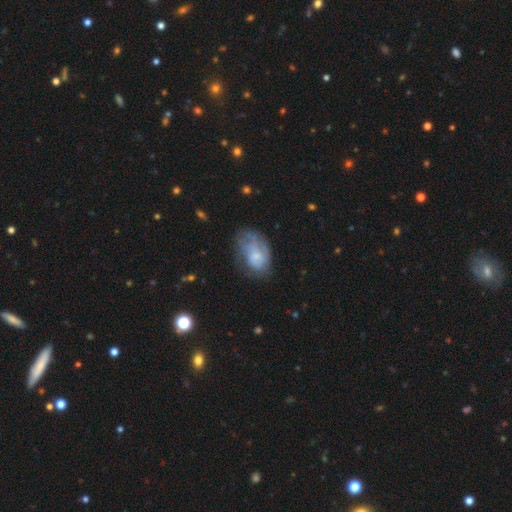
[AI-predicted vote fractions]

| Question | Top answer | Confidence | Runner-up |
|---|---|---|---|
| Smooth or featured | featured or disk | 49% | smooth (43%) |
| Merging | none | 44% | minor disturbance (28%) |